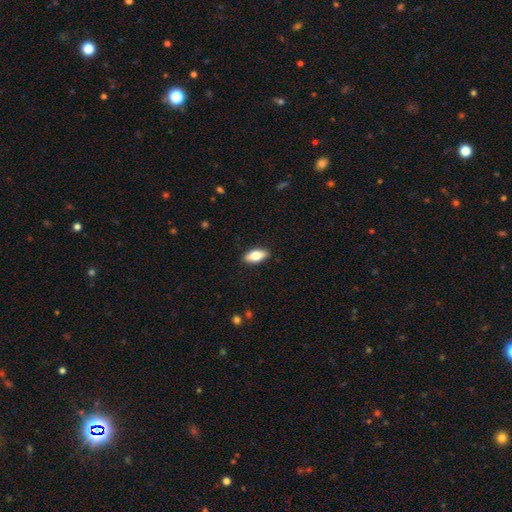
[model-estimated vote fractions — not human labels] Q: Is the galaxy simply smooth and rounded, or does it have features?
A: smooth — 74%.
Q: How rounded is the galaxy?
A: in between — 83%.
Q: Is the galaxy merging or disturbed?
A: none — 89%.